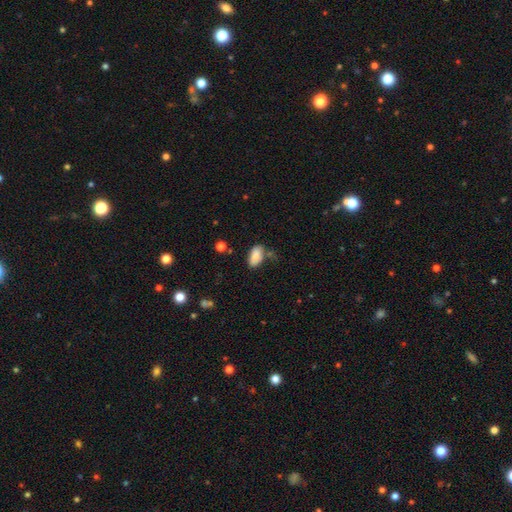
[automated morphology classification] smooth_or_featured: smooth (p=0.86) [alt: star or artifact p=0.08]
how_rounded: in between (p=0.93) [alt: round p=0.04]
merging: none (p=0.61) [alt: minor disturbance p=0.23]